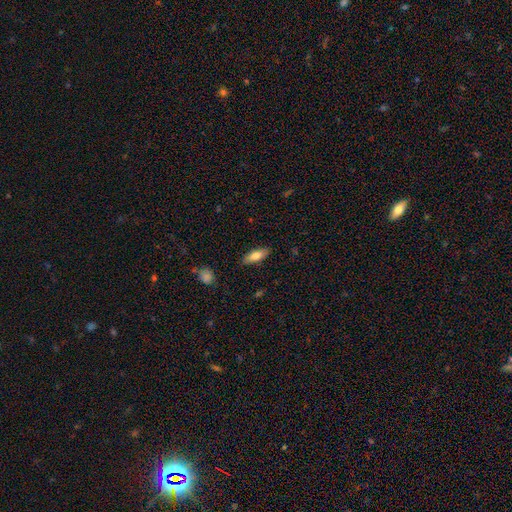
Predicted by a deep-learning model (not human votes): Morphology: type=smooth (76%); roundness=in between (70%); merging=none (86%).